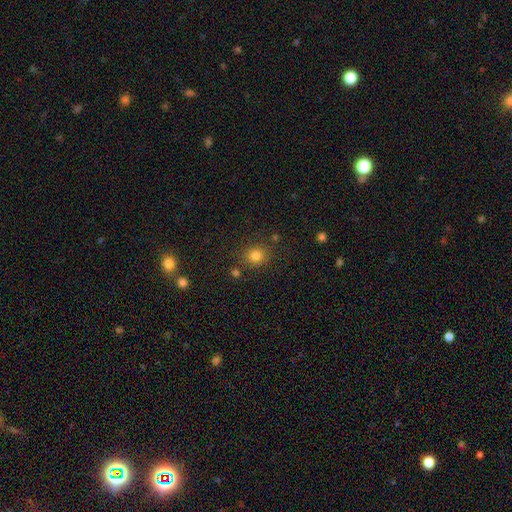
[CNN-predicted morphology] This appears to be a smooth galaxy with no disk features (81%) that is round (78%). Merging: none (80%).